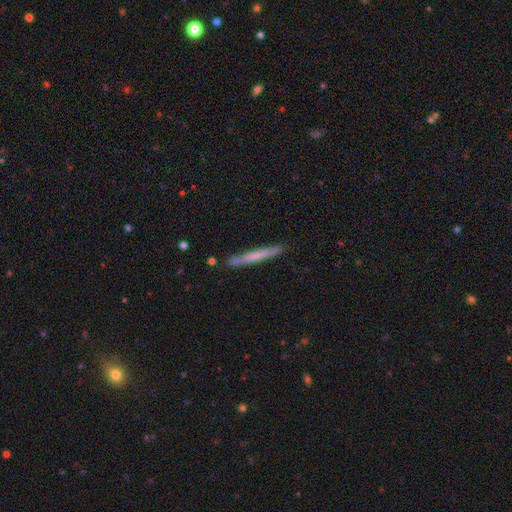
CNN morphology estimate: A smooth galaxy with no disk features (57%) that is cigar-shaped (97%).

Vote fractions:
- Smooth or featured? smooth: 57% / featured or disk: 37% / star or artifact: 6%
- How rounded? cigar-shaped: 97% / in between: 2% / round: 1%
- Merging? none: 84% / minor disturbance: 11% / merger: 3% / major disturbance: 2%